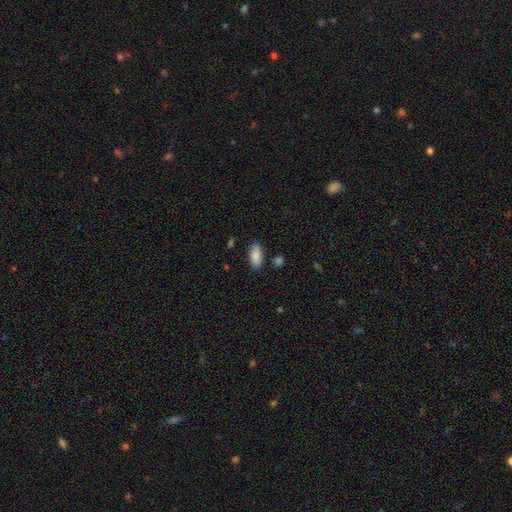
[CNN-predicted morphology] Overall: smooth (87%). How rounded: in between (88%). Merging: none (83%).